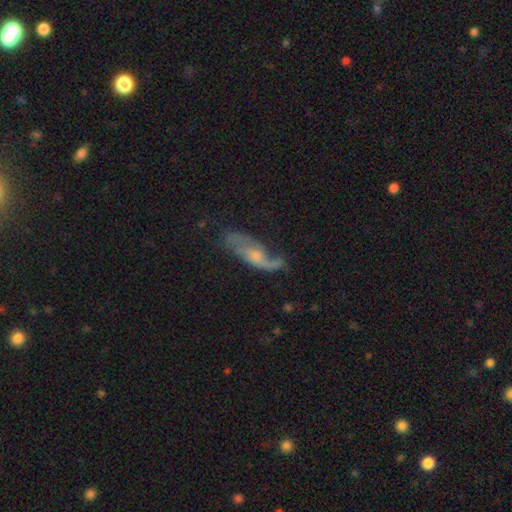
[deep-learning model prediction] A featured or disk galaxy (71%) with no bar (67%), spiral arms (87%) and a small central bulge (48%). Merging: none (55%).